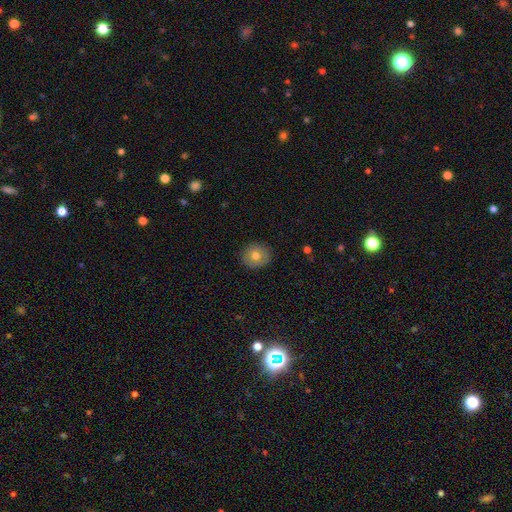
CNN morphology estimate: type=smooth (74%); roundness=round (84%); merging=none (90%).